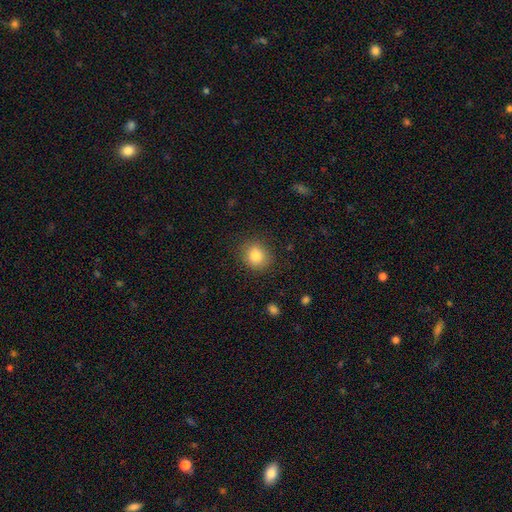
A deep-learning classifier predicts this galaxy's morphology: smooth_or_featured: smooth (p=0.84) [alt: star or artifact p=0.10]
how_rounded: round (p=0.79) [alt: in between p=0.21]
merging: none (p=0.86) [alt: minor disturbance p=0.10]